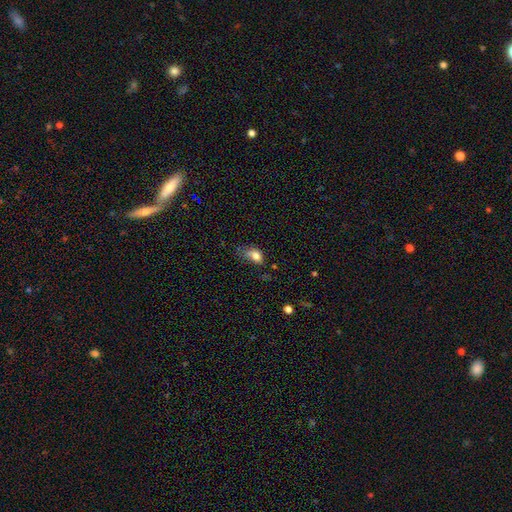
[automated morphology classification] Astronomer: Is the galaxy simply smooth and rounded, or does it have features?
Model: smooth — 79%.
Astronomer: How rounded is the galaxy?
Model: in between — 76%.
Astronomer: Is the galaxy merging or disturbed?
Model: minor disturbance — 39% (runner-up: none, 33%).